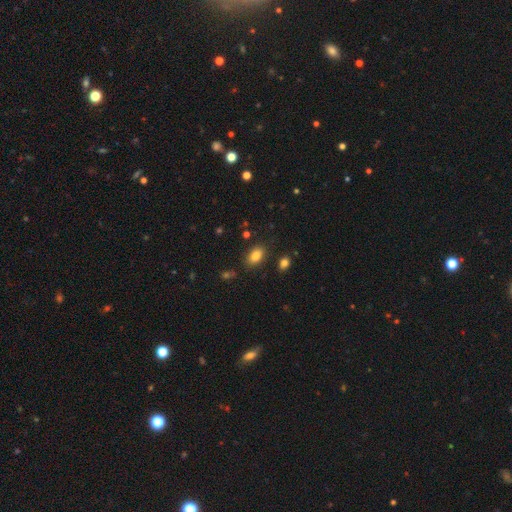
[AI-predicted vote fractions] Morphology: type=smooth (84%); roundness=in between (88%); merging=none (83%).